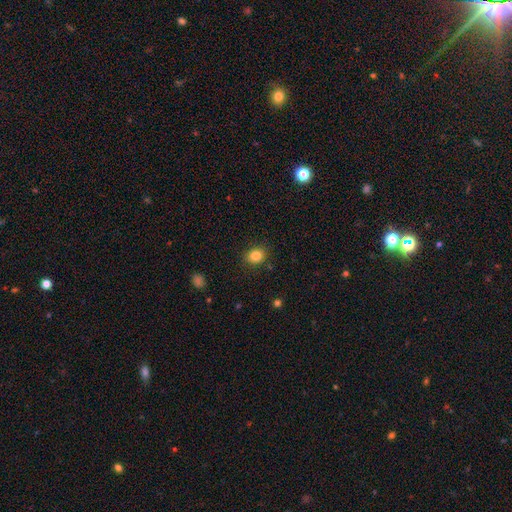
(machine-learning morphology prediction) Smooth or featured?
  - smooth: 84% *
  - star or artifact: 11%
  - featured or disk: 5%
How rounded?
  - round: 57% *
  - in between: 43%
  - cigar-shaped: 1%
Merging?
  - none: 87% *
  - minor disturbance: 9%
  - major disturbance: 3%
  - merger: 1%